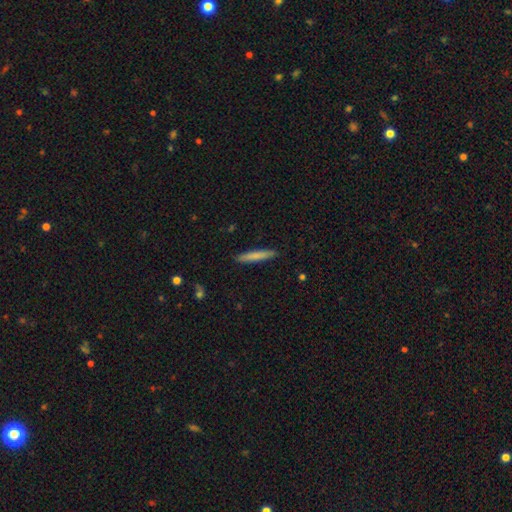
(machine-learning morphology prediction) Smooth or featured?
  - smooth: 76% *
  - featured or disk: 19%
  - star or artifact: 6%
How rounded?
  - cigar-shaped: 94% *
  - in between: 4%
  - round: 1%
Merging?
  - none: 91% *
  - minor disturbance: 7%
  - major disturbance: 1%
  - merger: 1%